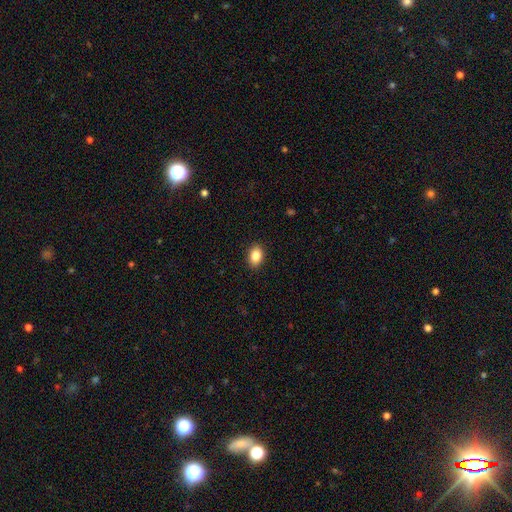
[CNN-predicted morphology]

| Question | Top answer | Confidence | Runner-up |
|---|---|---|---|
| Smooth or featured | smooth | 86% | star or artifact (8%) |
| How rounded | in between | 80% | round (19%) |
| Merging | none | 90% | minor disturbance (8%) |